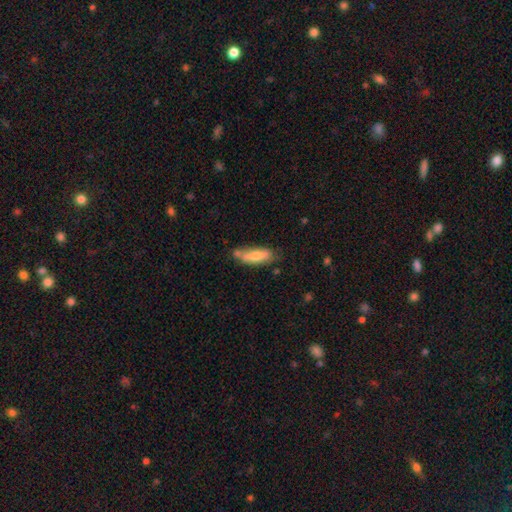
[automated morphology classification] A smooth galaxy with no disk features (64%) that is cigar-shaped (50%).

Vote fractions:
- Smooth or featured? smooth: 64% / featured or disk: 29% / star or artifact: 6%
- How rounded? cigar-shaped: 50% / in between: 48% / round: 2%
- Merging? none: 62% / minor disturbance: 23% / merger: 11% / major disturbance: 5%